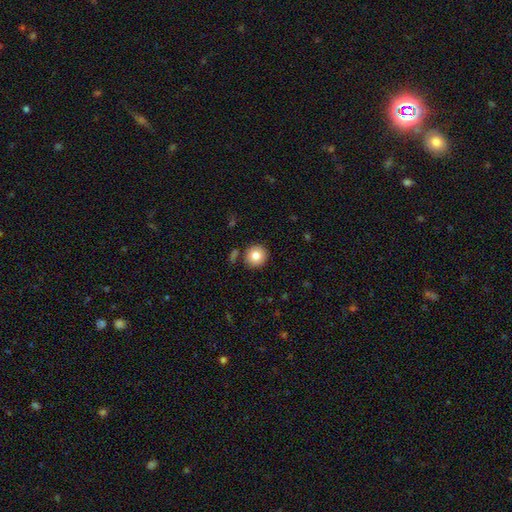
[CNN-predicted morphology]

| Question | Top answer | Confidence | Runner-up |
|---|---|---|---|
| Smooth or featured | smooth | 81% | star or artifact (9%) |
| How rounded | round | 93% | in between (6%) |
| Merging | none | 86% | minor disturbance (8%) |